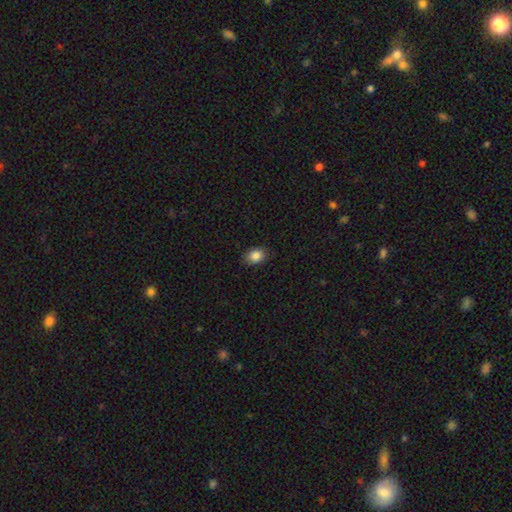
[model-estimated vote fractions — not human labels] Smooth or featured? Predicted: smooth (p=0.86). How rounded? Predicted: in between (p=0.69). Merging? Predicted: none (p=0.86).